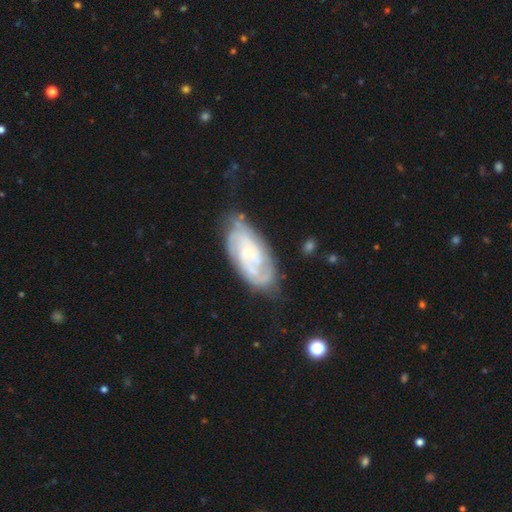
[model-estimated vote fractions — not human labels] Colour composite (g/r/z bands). It shows a featured or disk galaxy (61%) with no bar (65%), spiral arms (84%) and a small central bulge (51%). Merging: none (71%).